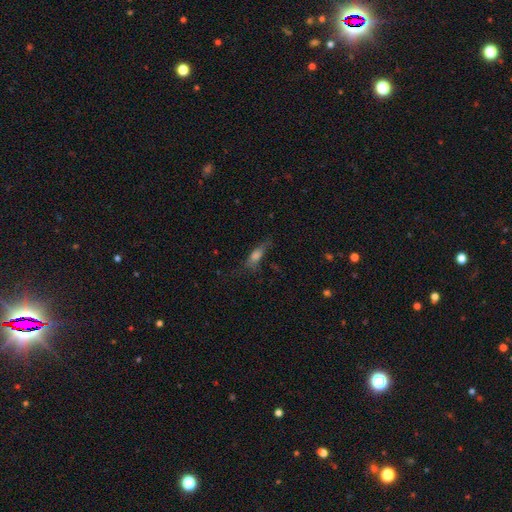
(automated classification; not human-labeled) Q: Smooth or featured?
A: smooth (56%); runner-up: featured or disk (30%)
Q: How rounded?
A: cigar-shaped (49%); runner-up: in between (47%)
Q: Merging?
A: none (57%); runner-up: minor disturbance (25%)